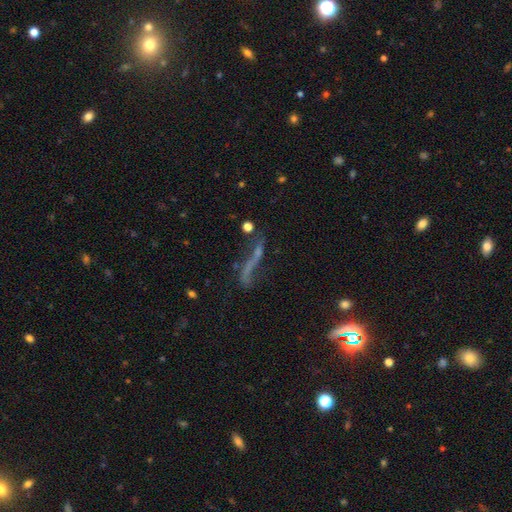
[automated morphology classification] Q: Smooth or featured?
A: featured or disk (52%); runner-up: smooth (27%)
Q: Edge-on disk?
A: no (62%); runner-up: yes (38%)
Q: Merging?
A: none (40%); runner-up: major disturbance (29%)